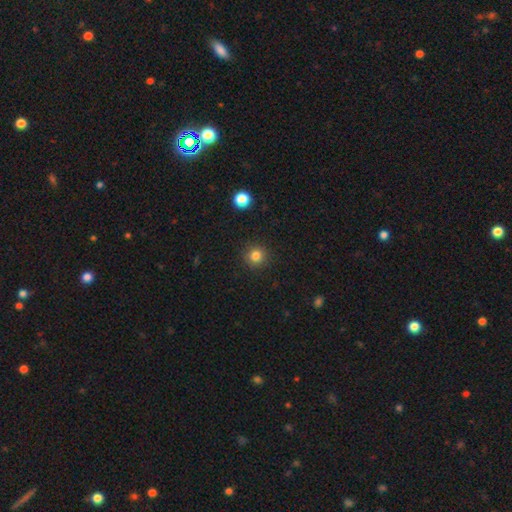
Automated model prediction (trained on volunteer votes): Morphology: type=smooth (82%); roundness=round (94%); merging=none (91%).